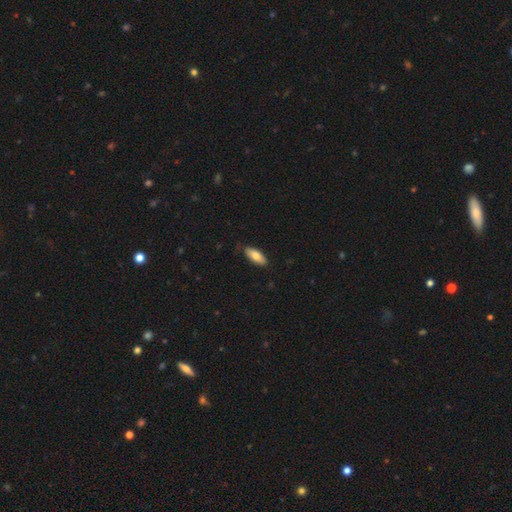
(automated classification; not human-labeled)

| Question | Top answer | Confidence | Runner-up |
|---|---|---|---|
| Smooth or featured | smooth | 78% | featured or disk (16%) |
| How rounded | in between | 83% | cigar-shaped (15%) |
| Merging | none | 83% | minor disturbance (14%) |